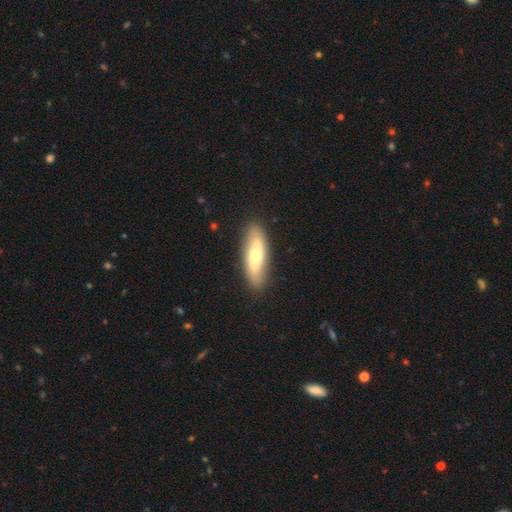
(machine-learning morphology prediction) smooth-or-featured: smooth: 51% | featured or disk: 42% | star or artifact: 6%
  how-rounded: in between: 55% | cigar-shaped: 42% | round: 3%
  merging: none: 88% | minor disturbance: 9% | major disturbance: 2% | merger: 1%